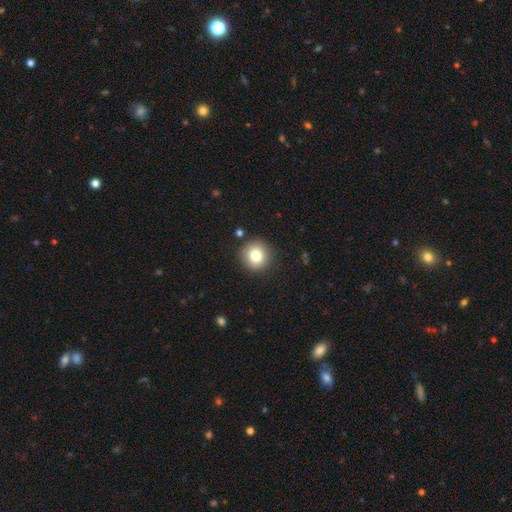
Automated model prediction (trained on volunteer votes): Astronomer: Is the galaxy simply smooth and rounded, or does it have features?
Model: smooth — 80%.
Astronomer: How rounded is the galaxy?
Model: round — 93%.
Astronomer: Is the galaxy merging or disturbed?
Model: none — 90%.